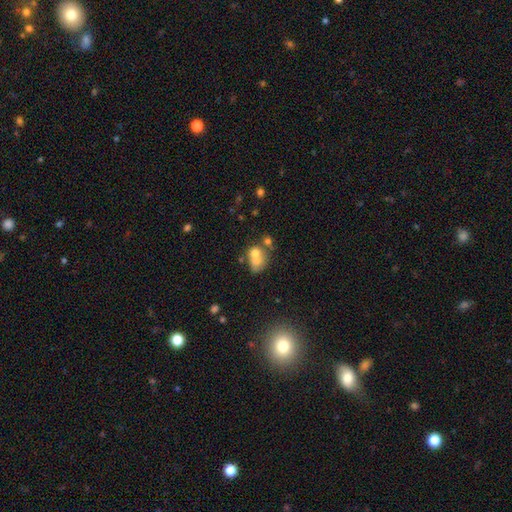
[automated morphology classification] Smooth or featured? Predicted: smooth (p=0.62). How rounded? Predicted: round (p=0.55). Merging? Predicted: merger (p=0.58).